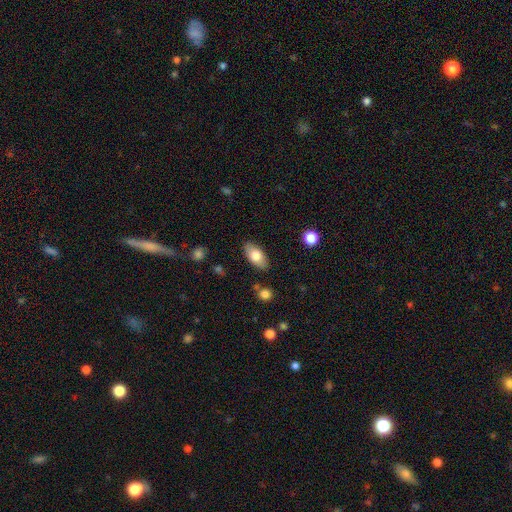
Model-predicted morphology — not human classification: type=smooth (76%); roundness=in between (91%); merging=none (85%).